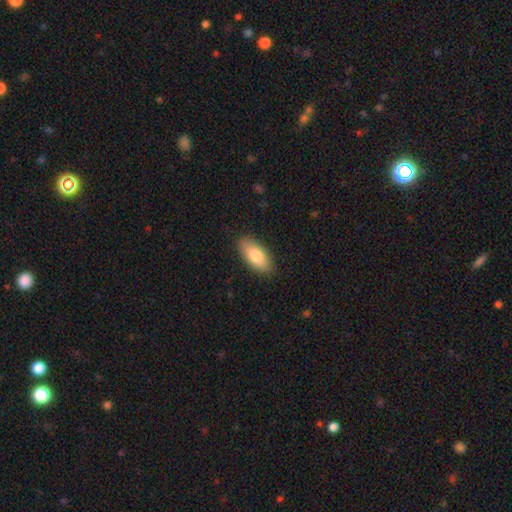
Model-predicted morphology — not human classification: Smooth or featured? smooth (80%)
How rounded? in between (89%)
Merging? none (88%)